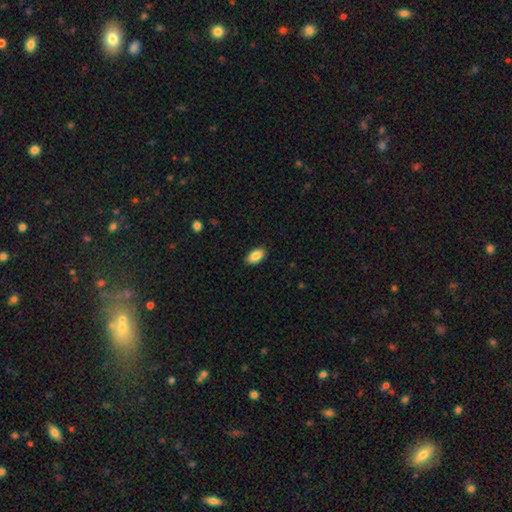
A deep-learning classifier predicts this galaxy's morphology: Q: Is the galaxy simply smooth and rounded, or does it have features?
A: smooth — 87%.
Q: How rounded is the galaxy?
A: in between — 94%.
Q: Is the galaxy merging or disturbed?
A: none — 89%.